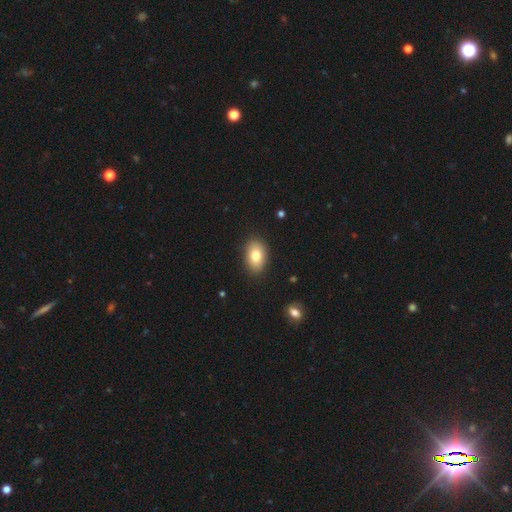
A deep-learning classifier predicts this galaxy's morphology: smooth-or-featured: smooth: 80% | featured or disk: 12% | star or artifact: 8%
  how-rounded: in between: 88% | round: 11% | cigar-shaped: 1%
  merging: none: 88% | minor disturbance: 9% | major disturbance: 2% | merger: 1%